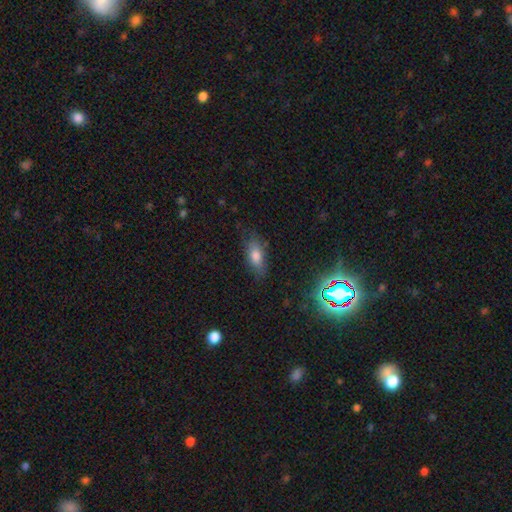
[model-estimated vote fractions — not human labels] A smooth galaxy with no disk features (72%) that is in between round and cigar-shaped (78%). Merging: none (76%).